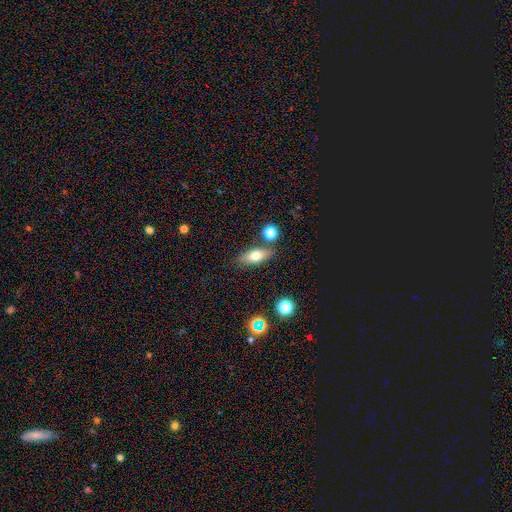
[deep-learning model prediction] smooth 69%, featured or disk 22%, star or artifact 9%. Down the decision tree: how rounded — in between (74%); merging — none (77%).